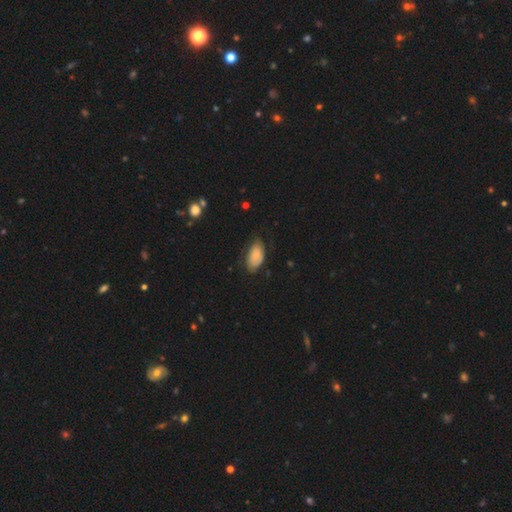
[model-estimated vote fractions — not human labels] A smooth galaxy with no disk features (75%) that is in between round and cigar-shaped (94%).

Vote fractions:
- Smooth or featured? smooth: 75% / featured or disk: 18% / star or artifact: 7%
- How rounded? in between: 94% / round: 3% / cigar-shaped: 3%
- Merging? none: 58% / minor disturbance: 32% / major disturbance: 8% / merger: 2%